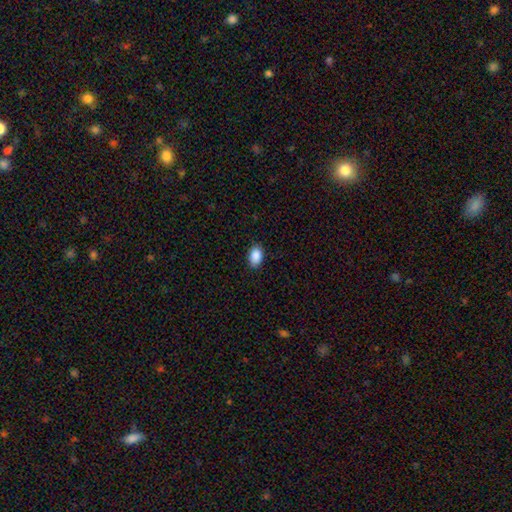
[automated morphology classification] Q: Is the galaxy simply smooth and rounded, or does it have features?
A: smooth — 89%.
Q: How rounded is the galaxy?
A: in between — 88%.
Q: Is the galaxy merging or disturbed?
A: none — 87%.